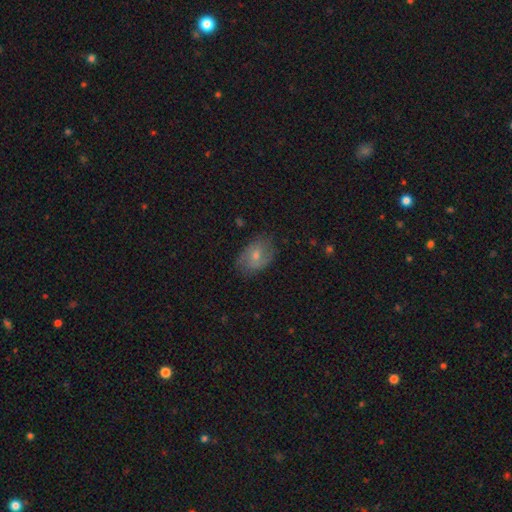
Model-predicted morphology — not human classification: Q: Smooth or featured?
A: featured or disk (46%); runner-up: smooth (43%)
Q: Merging?
A: none (77%); runner-up: minor disturbance (17%)